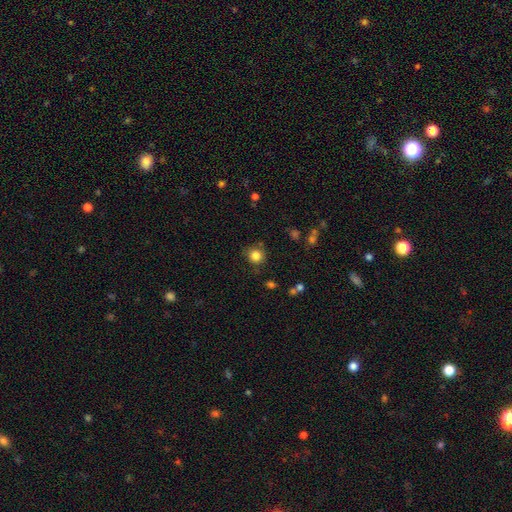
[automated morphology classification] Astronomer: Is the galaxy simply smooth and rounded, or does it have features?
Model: smooth — 83%.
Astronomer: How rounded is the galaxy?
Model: round — 91%.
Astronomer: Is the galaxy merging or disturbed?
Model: none — 81%.